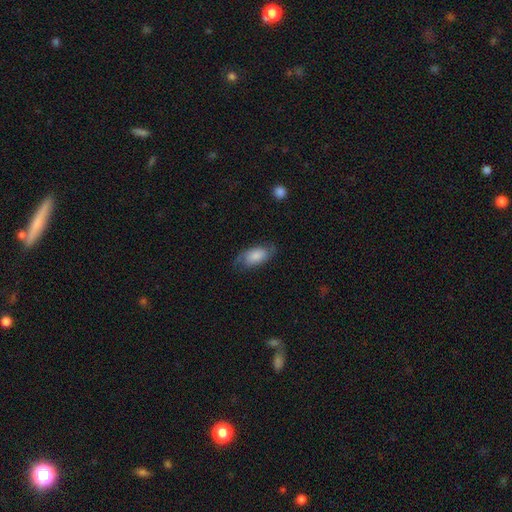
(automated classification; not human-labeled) smooth_or_featured: smooth (p=0.64) [alt: featured or disk p=0.29]
how_rounded: in between (p=0.91) [alt: cigar-shaped p=0.04]
merging: none (p=0.65) [alt: minor disturbance p=0.24]